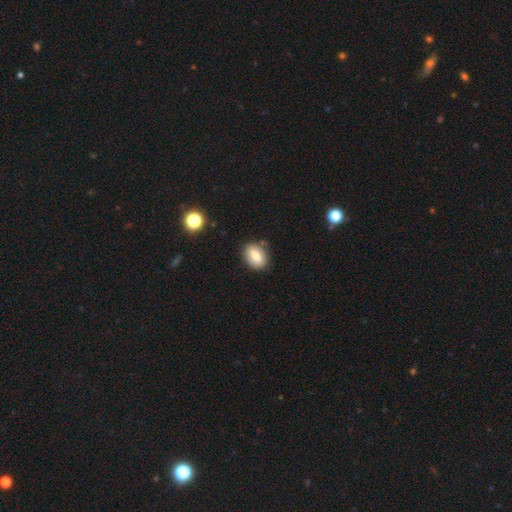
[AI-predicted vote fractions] smooth-or-featured: smooth: 74% | featured or disk: 17% | star or artifact: 9%
  how-rounded: in between: 74% | round: 24% | cigar-shaped: 2%
  merging: none: 82% | minor disturbance: 13% | major disturbance: 3% | merger: 3%